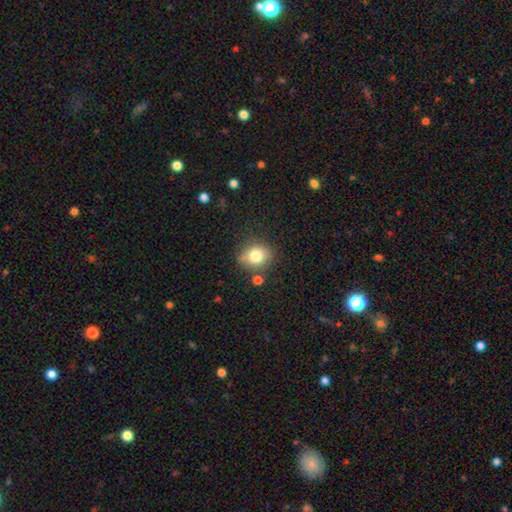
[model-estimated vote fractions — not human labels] Overall: smooth (80%). How rounded: round (67%; in between 32%). Merging: none (74%).